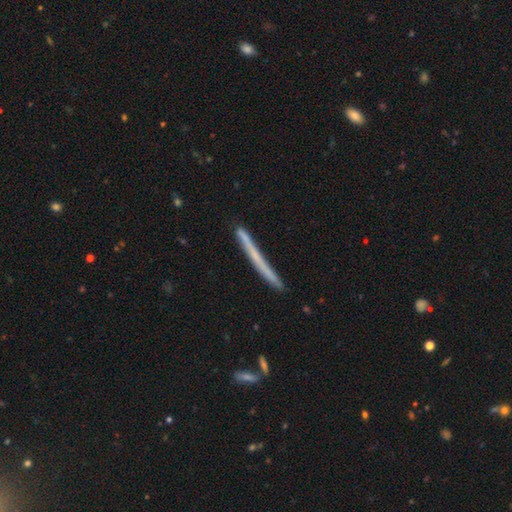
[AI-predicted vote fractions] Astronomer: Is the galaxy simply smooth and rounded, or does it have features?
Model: smooth — 48% (runner-up: featured or disk, 46%).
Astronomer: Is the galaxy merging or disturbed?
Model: none — 86%.